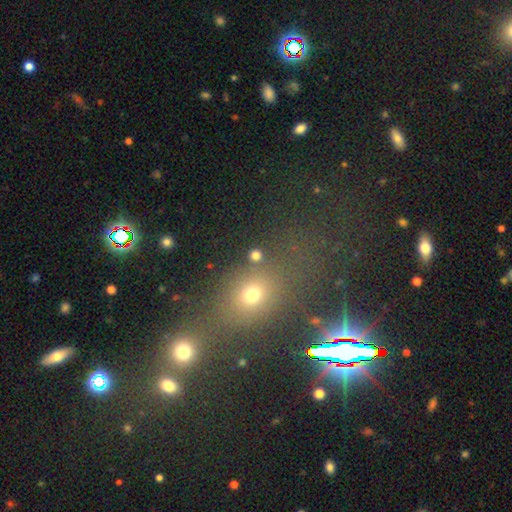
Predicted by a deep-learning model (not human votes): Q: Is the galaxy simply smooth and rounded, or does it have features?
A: smooth — 72%.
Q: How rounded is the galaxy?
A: round — 79%.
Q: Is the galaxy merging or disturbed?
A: none — 81%.